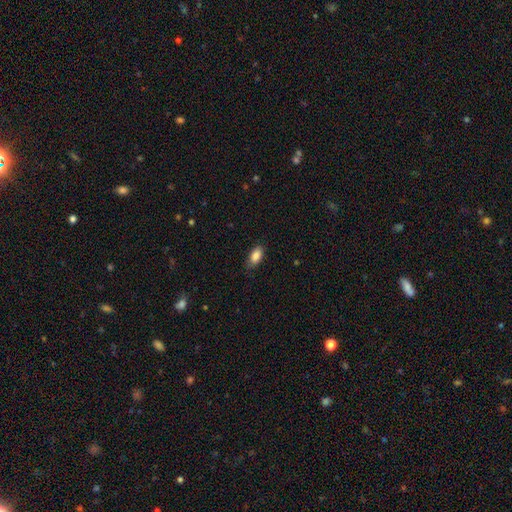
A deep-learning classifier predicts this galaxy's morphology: Smooth or featured? Predicted: smooth (p=0.87). How rounded? Predicted: in between (p=0.90). Merging? Predicted: none (p=0.82).